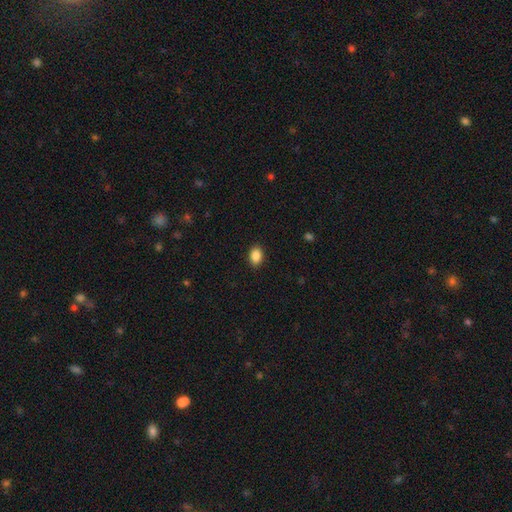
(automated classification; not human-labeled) Q: Smooth or featured?
A: smooth (88%); runner-up: star or artifact (8%)
Q: How rounded?
A: in between (81%); runner-up: round (18%)
Q: Merging?
A: none (90%); runner-up: minor disturbance (7%)